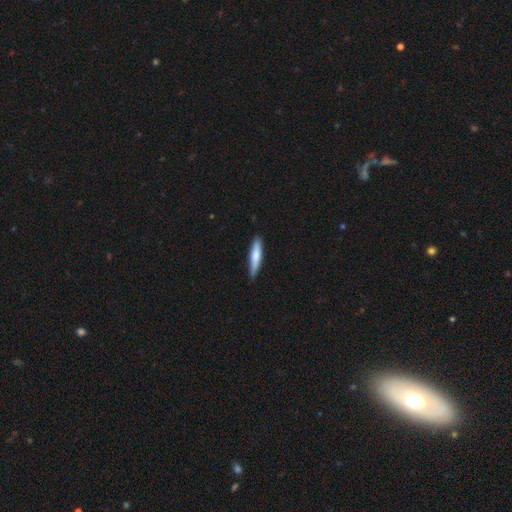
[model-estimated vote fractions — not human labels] The model was most divided on "smooth or featured": smooth: 71%, featured or disk: 24%, star or artifact: 5%. More confident: how rounded — cigar-shaped (86%); merging — none (85%).